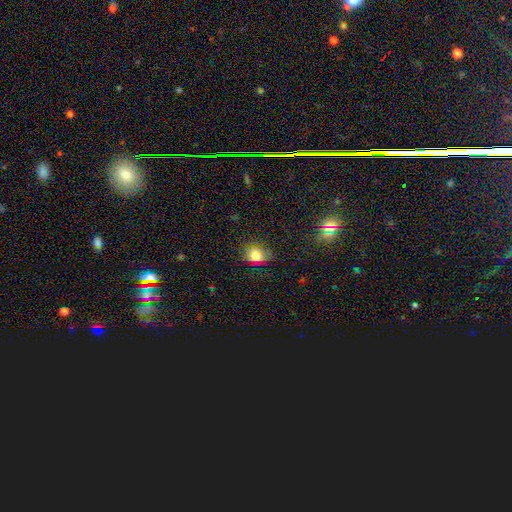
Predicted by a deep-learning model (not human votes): Smooth or featured? smooth (79%)
How rounded? round (57%)
Merging? none (67%)